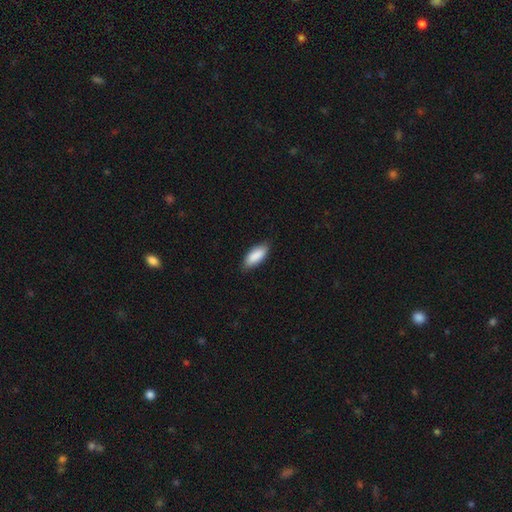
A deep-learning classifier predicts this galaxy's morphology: Smooth or featured? smooth (88%)
How rounded? in between (78%)
Merging? none (82%)